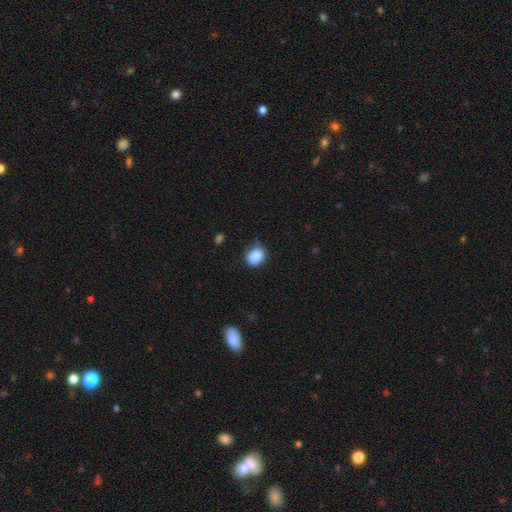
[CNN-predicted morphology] Smooth or featured? Predicted: smooth (p=0.83). How rounded? Predicted: round (p=0.64). Merging? Predicted: none (p=0.63).